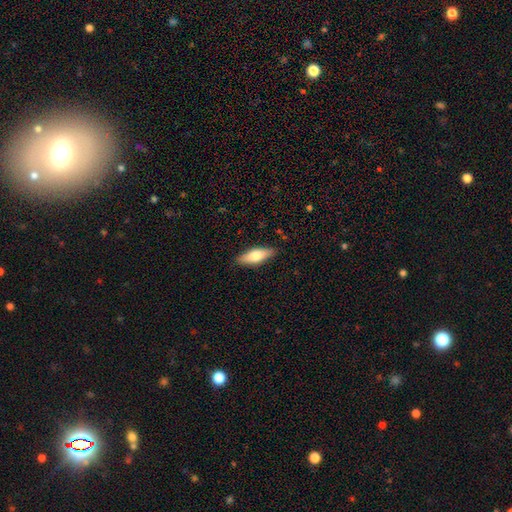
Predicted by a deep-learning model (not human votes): Smooth or featured? Predicted: smooth (p=0.69). How rounded? Predicted: in between (p=0.61). Merging? Predicted: none (p=0.87).